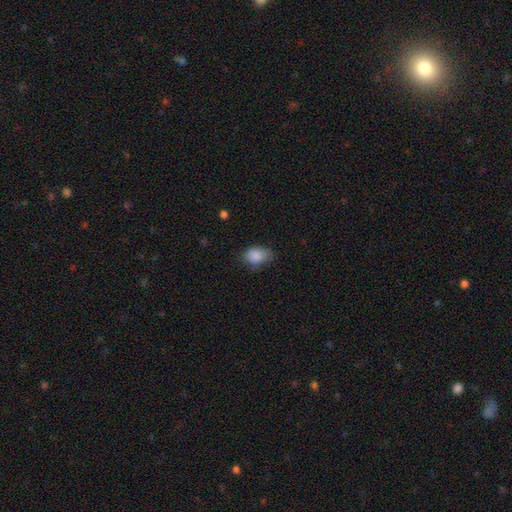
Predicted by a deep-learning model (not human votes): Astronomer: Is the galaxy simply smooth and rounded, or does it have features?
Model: smooth — 87%.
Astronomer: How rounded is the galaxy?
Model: in between — 80%.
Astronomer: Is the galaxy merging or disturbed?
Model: none — 61%.